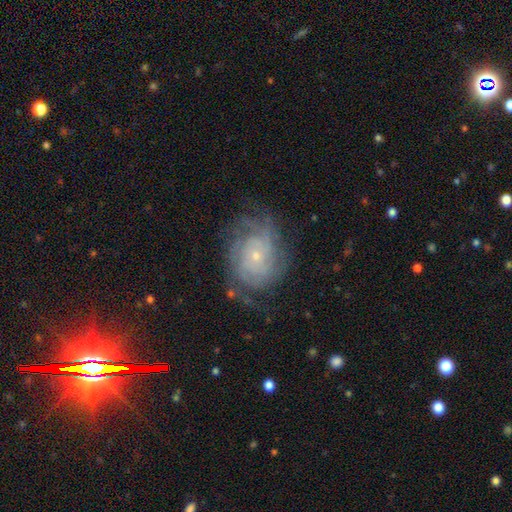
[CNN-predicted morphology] type=featured or disk (81%); edge-on=no (97%); bar=no (80%); spiral arms=yes (94%); winding=tight (65%); arm count=can't tell (37%); bulge=small (78%); merging=none (68%).